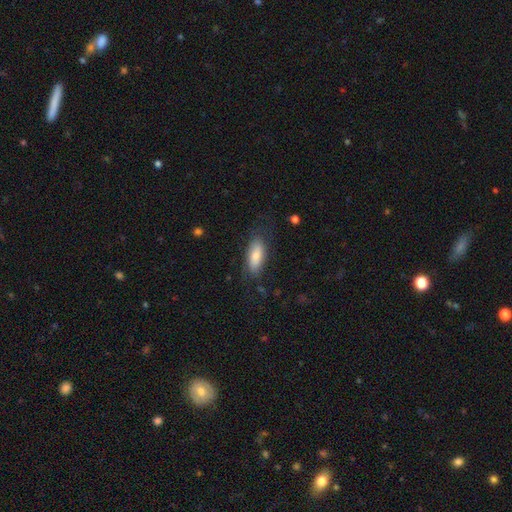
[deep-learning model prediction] smooth_or_featured: smooth (p=0.73) [alt: featured or disk p=0.20]
how_rounded: in between (p=0.77) [alt: cigar-shaped p=0.21]
merging: none (p=0.71) [alt: minor disturbance p=0.19]